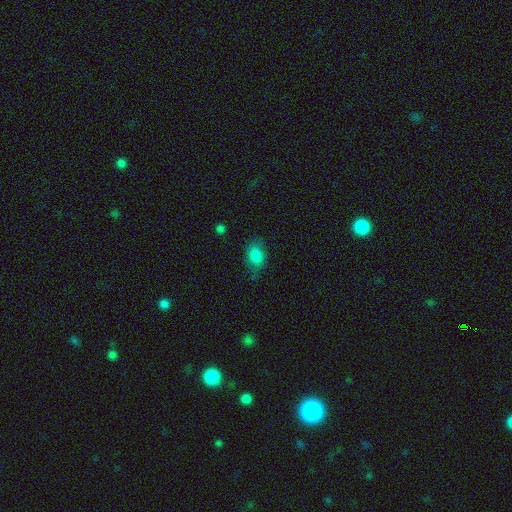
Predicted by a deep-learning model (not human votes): Morphology: type=smooth (85%); roundness=in between (77%); merging=none (69%).